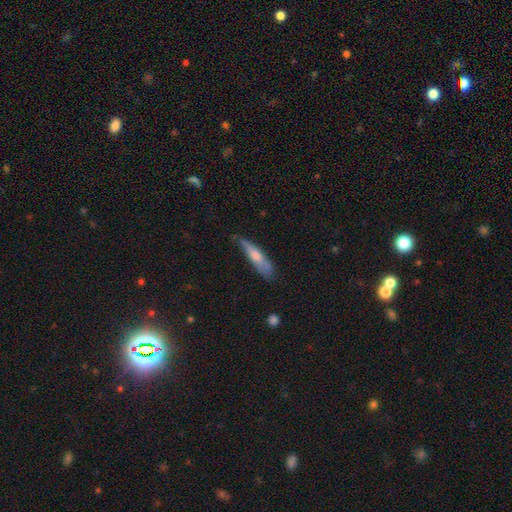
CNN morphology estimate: Smooth or featured: smooth — 55% (featured or disk — 39%)
How rounded: cigar-shaped — 79% (in between — 19%)
Merging: none — 66% (minor disturbance — 26%)